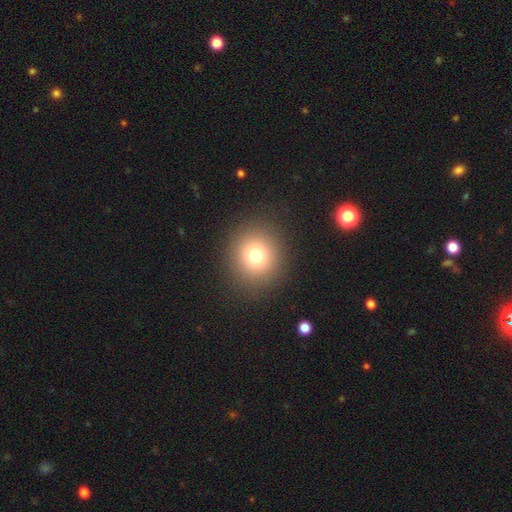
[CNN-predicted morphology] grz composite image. It shows a smooth galaxy with no disk features (75%) that is round (86%). Merging: none (90%).